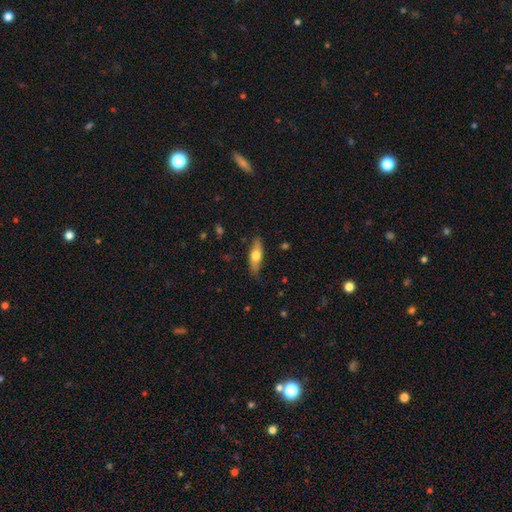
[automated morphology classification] type=smooth (58%); roundness=in between (54%); merging=none (83%).